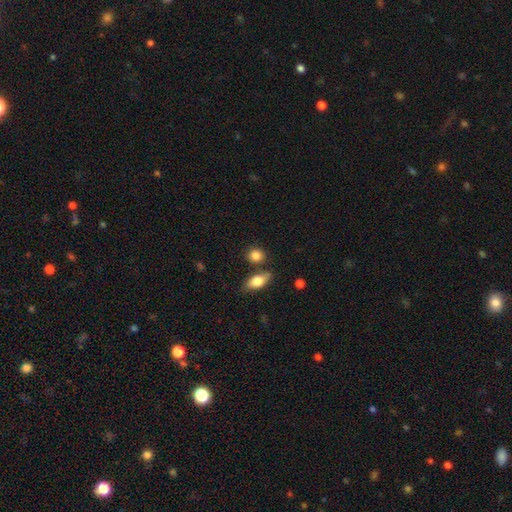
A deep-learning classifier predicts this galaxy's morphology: The model was most divided on "how rounded": round: 64%, in between: 33%, cigar-shaped: 3%. More confident: smooth or featured — smooth (85%); merging — none (73%).